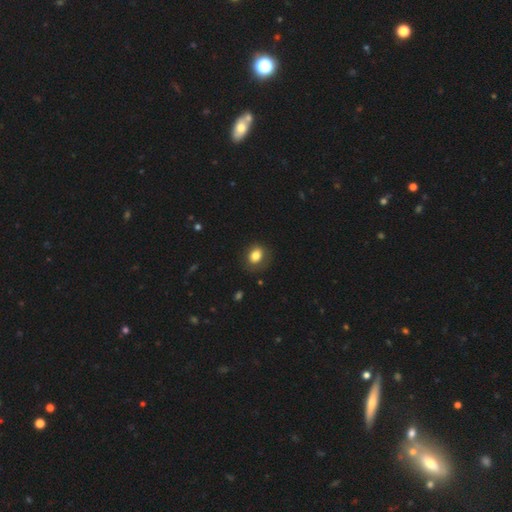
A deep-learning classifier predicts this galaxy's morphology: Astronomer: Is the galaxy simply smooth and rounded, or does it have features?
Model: smooth — 80%.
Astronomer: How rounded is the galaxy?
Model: in between — 50% (runner-up: round, 49%).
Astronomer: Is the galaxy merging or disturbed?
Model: none — 77%.